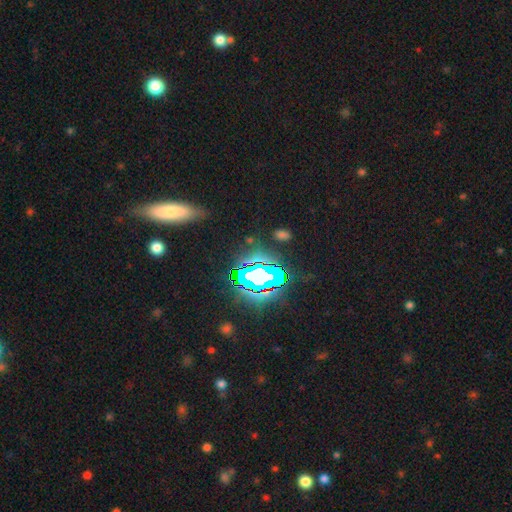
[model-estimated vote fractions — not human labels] smooth-or-featured: star or artifact: 71% | smooth: 17% | featured or disk: 12%